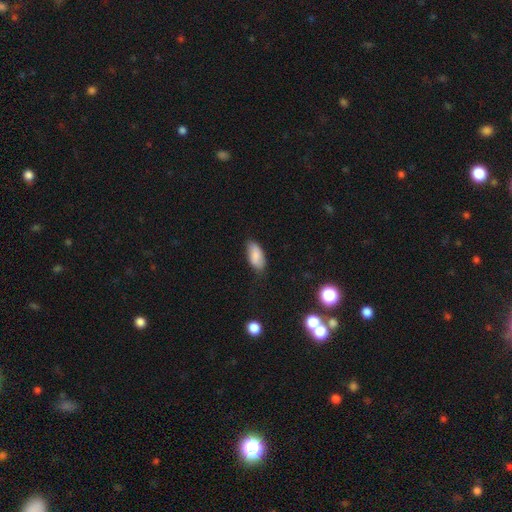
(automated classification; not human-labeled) Smooth or featured: smooth — 82% (featured or disk — 10%)
How rounded: in between — 90% (cigar-shaped — 7%)
Merging: none — 69% (minor disturbance — 25%)